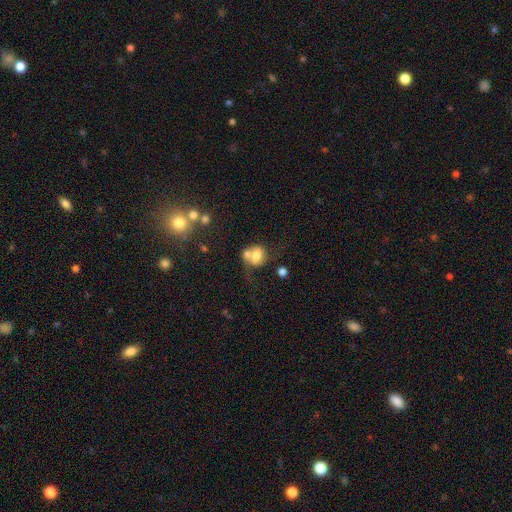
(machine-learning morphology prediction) Q: Smooth or featured?
A: smooth (58%); runner-up: featured or disk (31%)
Q: How rounded?
A: in between (52%); runner-up: round (47%)
Q: Merging?
A: merger (53%); runner-up: none (22%)